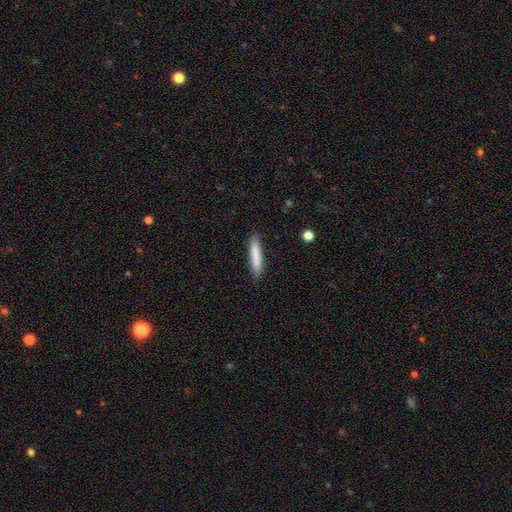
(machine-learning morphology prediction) Q: Smooth or featured?
A: smooth (82%); runner-up: featured or disk (11%)
Q: How rounded?
A: cigar-shaped (89%); runner-up: in between (9%)
Q: Merging?
A: none (87%); runner-up: minor disturbance (10%)